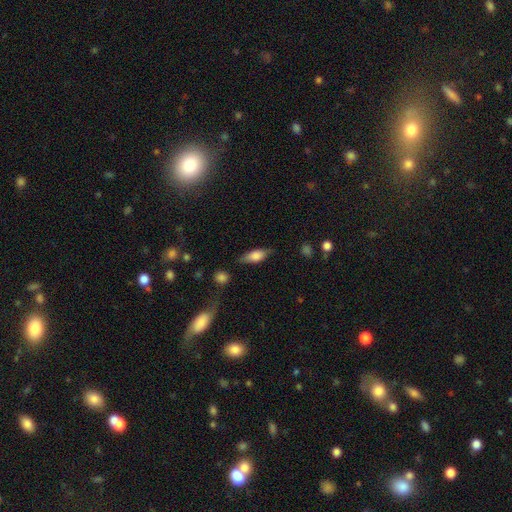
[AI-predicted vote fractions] This appears to be a smooth galaxy with no disk features (70%) that is in between round and cigar-shaped (74%). Merging: none (74%).